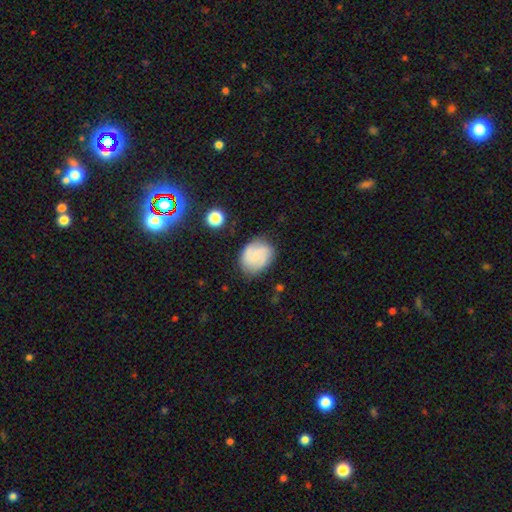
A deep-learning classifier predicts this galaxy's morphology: Smooth or featured: featured or disk — 57% (smooth — 35%)
Edge-on disk: no — 98% (yes — 2%)
Bar: no — 49% (weak — 44%)
Spiral arms: yes — 91% (no — 9%)
Spiral winding: medium — 44% (tight — 41%)
Spiral arm count: 2 — 68% (can't tell — 16%)
Bulge size: small — 60% (none — 21%)
Merging: none — 78% (minor disturbance — 16%)